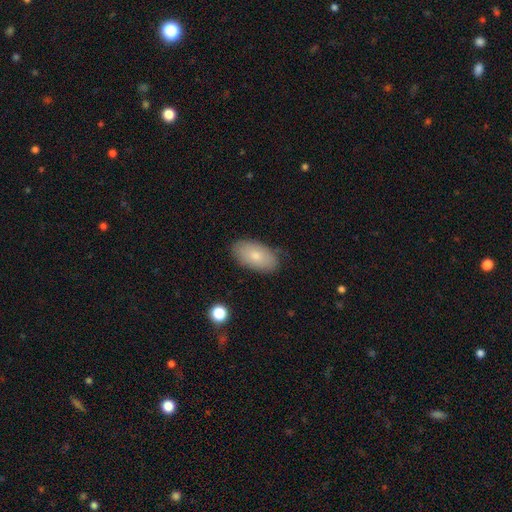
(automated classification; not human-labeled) The model was most divided on "smooth or featured": smooth: 76%, featured or disk: 17%, star or artifact: 7%. More confident: how rounded — in between (94%); merging — none (82%).